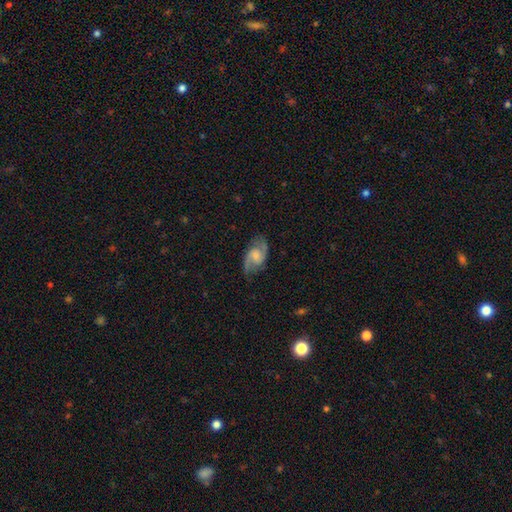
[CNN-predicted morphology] The model was most divided on "bulge size" (2-way tie): none: 29%, small: 29%, moderate: 28%, large: 11%, dominant: 2%. Remaining: edge-on disk — no (97%); spiral arms — yes (96%); spiral arm count — 2 (91%); smooth or featured — featured or disk (80%); merging — none (74%); spiral winding — medium (52%); bar — no (46%).